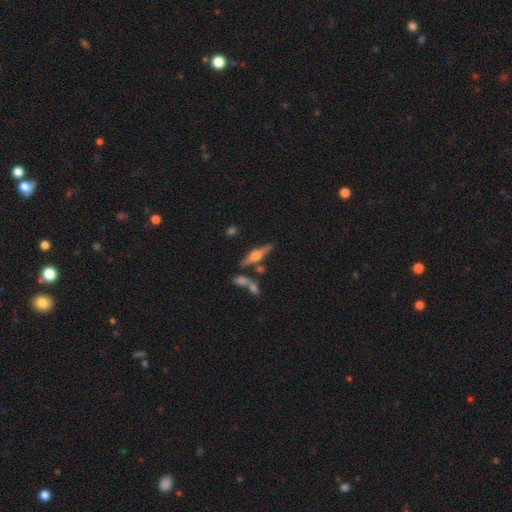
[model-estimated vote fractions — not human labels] Smooth or featured? featured or disk (70%)
Edge-on disk? yes (95%)
Edge-on bulge? rounded (93%)
Merging? none (72%)